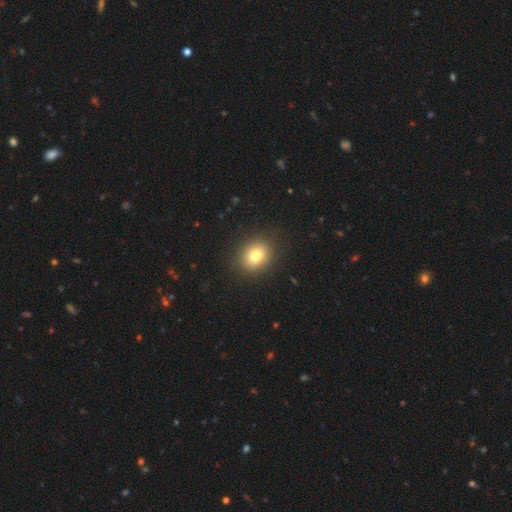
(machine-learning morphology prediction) Smooth or featured? smooth (81%)
How rounded? round (63%)
Merging? none (89%)